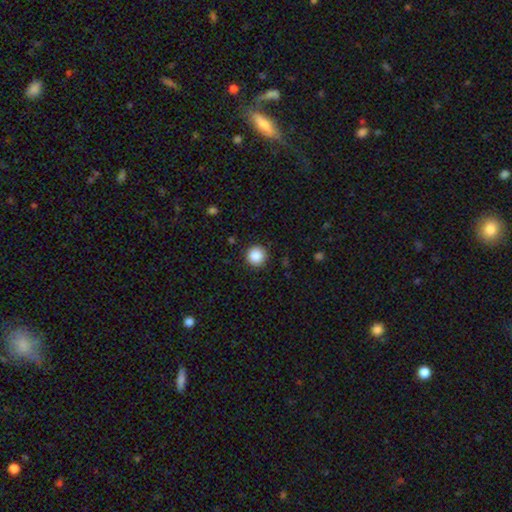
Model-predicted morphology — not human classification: Smooth or featured? Predicted: smooth (p=0.87). How rounded? Predicted: round (p=0.95). Merging? Predicted: none (p=0.91).